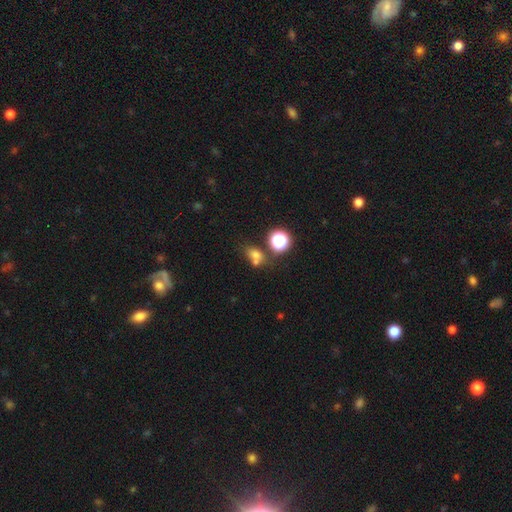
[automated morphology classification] smooth_or_featured: smooth (p=0.68) [alt: star or artifact p=0.22]
how_rounded: in between (p=0.52) [alt: round p=0.46]
merging: none (p=0.47) [alt: merger p=0.34]